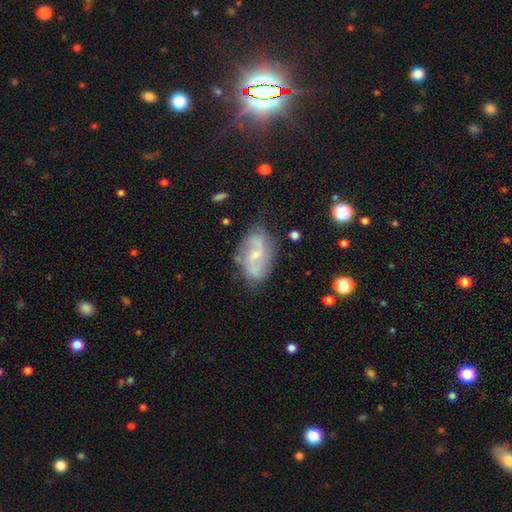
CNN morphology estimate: Smooth or featured?
  - featured or disk: 75% *
  - smooth: 18%
  - star or artifact: 7%
Edge-on disk?
  - no: 96% *
  - yes: 4%
Bar?
  - weak: 46% *
  - no: 42%
  - strong: 12%
Spiral arms?
  - yes: 91% *
  - no: 9%
Spiral winding?
  - medium: 42% *
  - loose: 40%
  - tight: 18%
Spiral arm count?
  - 2: 80% *
  - can't tell: 11%
  - 3: 4%
  - 1: 2%
  - 4: 2%
  - more than 4: 1%
Bulge size?
  - small: 64% *
  - moderate: 26%
  - none: 7%
  - large: 1%
  - dominant: 1%
Merging?
  - none: 70% *
  - minor disturbance: 21%
  - major disturbance: 7%
  - merger: 3%